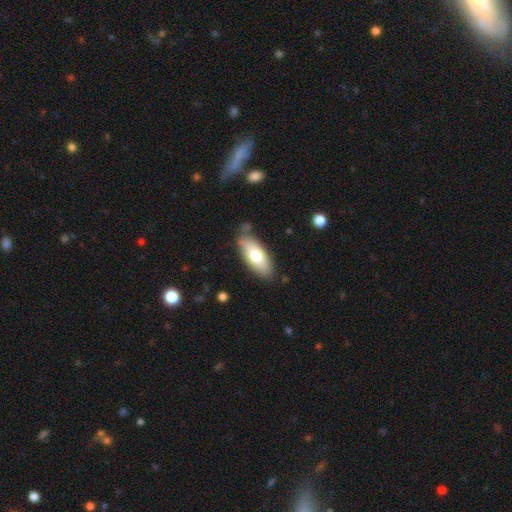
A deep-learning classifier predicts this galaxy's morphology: This is likely a smooth galaxy (71%). How rounded: likely in between (79%). Merging: likely none (78%).